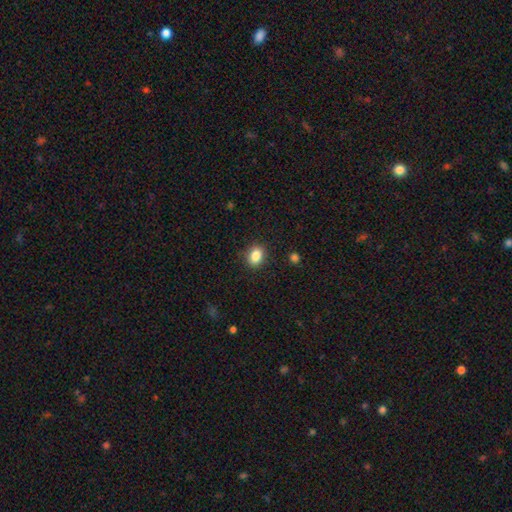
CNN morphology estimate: type=smooth (86%); roundness=in between (61%); merging=none (87%).